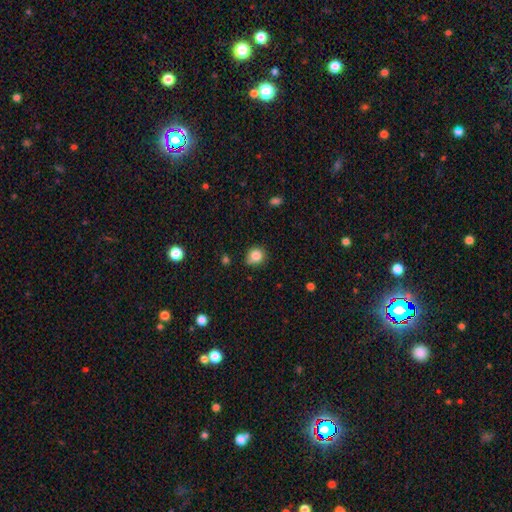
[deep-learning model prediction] smooth-or-featured: smooth: 83% | star or artifact: 11% | featured or disk: 6%
  how-rounded: round: 83% | in between: 17% | cigar-shaped: 1%
  merging: none: 69% | minor disturbance: 22% | merger: 4% | major disturbance: 4%